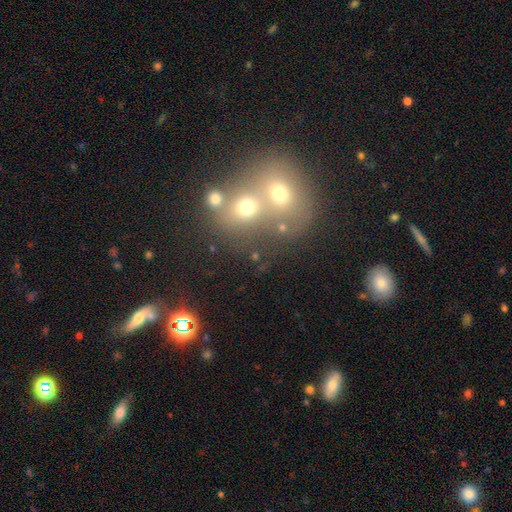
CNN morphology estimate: This is possibly a smooth galaxy (57%). How rounded: likely round (68%). Merging: possibly merger (51%).